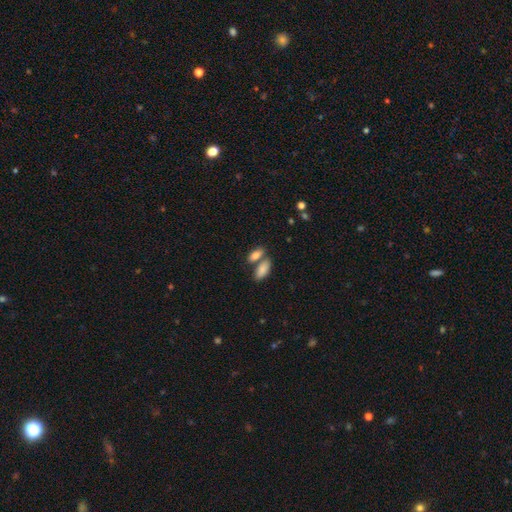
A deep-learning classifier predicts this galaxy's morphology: A smooth galaxy with no disk features (84%) that is in between round and cigar-shaped (85%).

Vote fractions:
- Smooth or featured? smooth: 84% / featured or disk: 9% / star or artifact: 7%
- How rounded? in between: 85% / cigar-shaped: 11% / round: 4%
- Merging? none: 48% / merger: 39% / minor disturbance: 10% / major disturbance: 4%